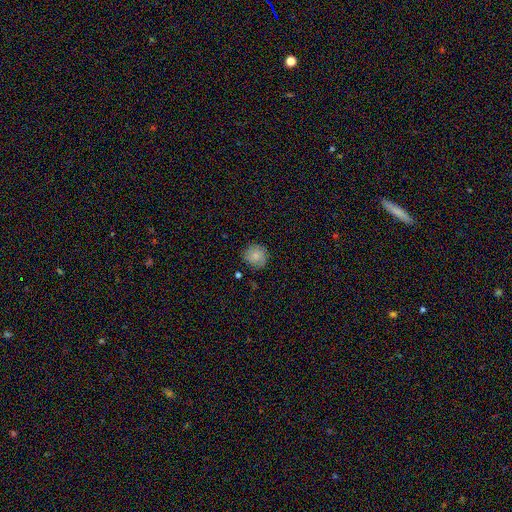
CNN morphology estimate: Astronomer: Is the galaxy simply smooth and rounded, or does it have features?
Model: smooth — 76%.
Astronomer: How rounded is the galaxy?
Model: round — 91%.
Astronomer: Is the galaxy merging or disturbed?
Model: none — 80%.